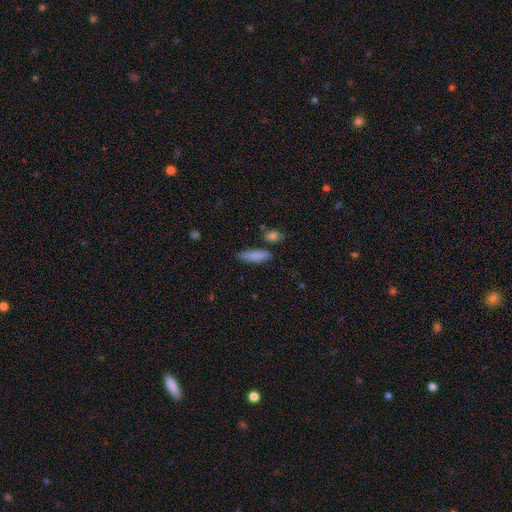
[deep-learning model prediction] Q: Smooth or featured?
A: smooth (84%); runner-up: featured or disk (9%)
Q: How rounded?
A: cigar-shaped (61%); runner-up: in between (37%)
Q: Merging?
A: none (77%); runner-up: minor disturbance (15%)